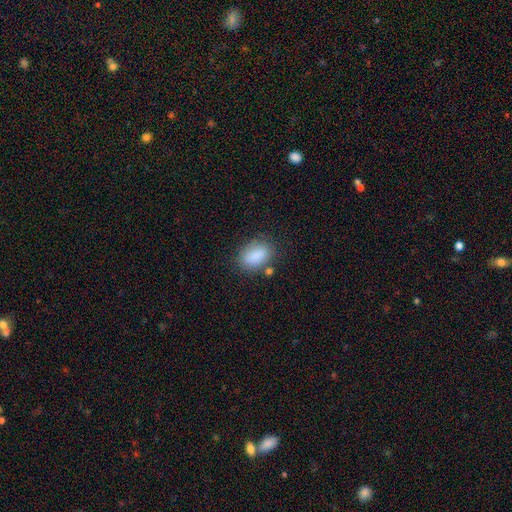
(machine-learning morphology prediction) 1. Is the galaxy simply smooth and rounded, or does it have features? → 87% smooth, 8% star or artifact, 5% featured or disk.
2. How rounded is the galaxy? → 87% in between, 11% round, 2% cigar-shaped.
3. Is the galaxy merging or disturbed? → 75% none, 15% minor disturbance, 6% merger, 5% major disturbance.